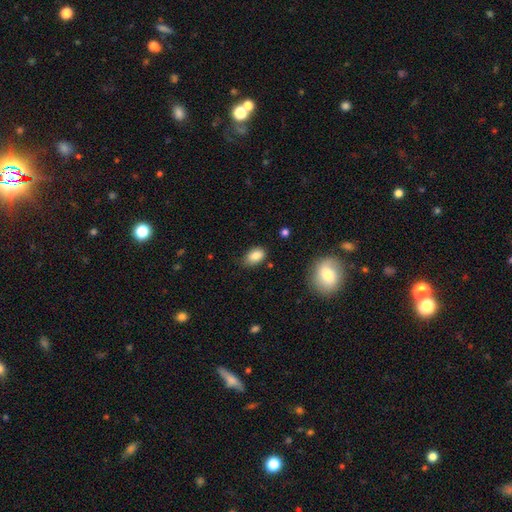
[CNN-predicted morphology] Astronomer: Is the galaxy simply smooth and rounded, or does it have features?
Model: smooth — 85%.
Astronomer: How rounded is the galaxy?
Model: in between — 89%.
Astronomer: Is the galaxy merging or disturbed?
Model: none — 73%.